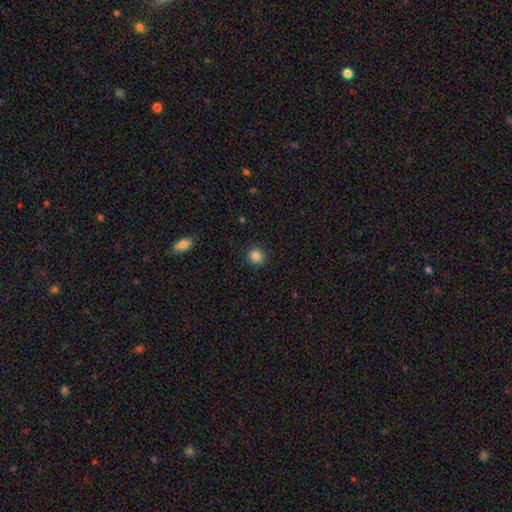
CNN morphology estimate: smooth_or_featured: smooth (p=0.86) [alt: star or artifact p=0.11]
how_rounded: round (p=0.90) [alt: in between p=0.09]
merging: none (p=0.88) [alt: minor disturbance p=0.08]